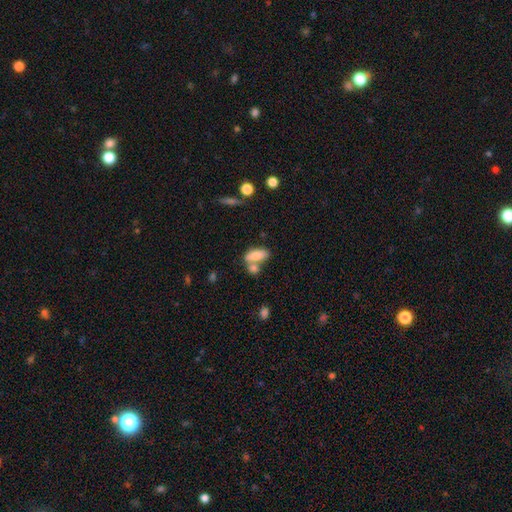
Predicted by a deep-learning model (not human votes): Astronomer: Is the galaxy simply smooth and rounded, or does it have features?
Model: smooth — 80%.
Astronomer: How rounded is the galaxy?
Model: in between — 84%.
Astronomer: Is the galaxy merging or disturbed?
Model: merger — 41%, tied with none at 41%.